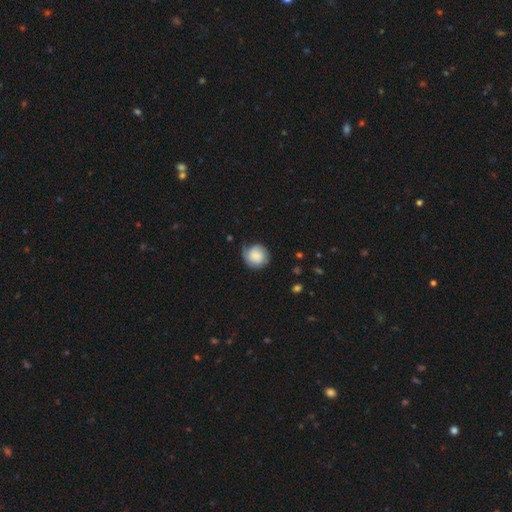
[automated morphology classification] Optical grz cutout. It shows a smooth galaxy with no disk features (64%) that is round (87%). Merging: none (61%).